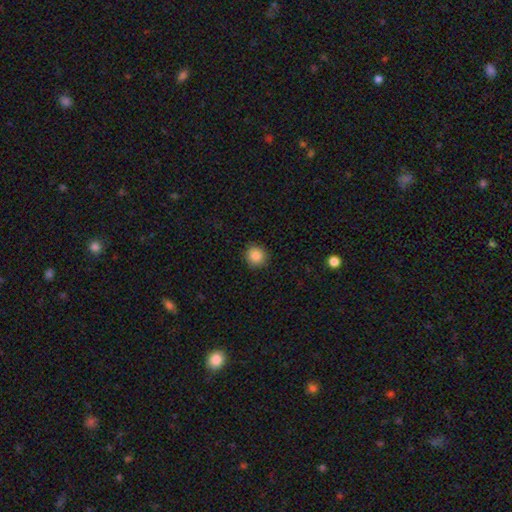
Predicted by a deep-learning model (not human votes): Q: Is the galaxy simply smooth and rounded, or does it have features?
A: smooth — 86%.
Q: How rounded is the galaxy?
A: round — 93%.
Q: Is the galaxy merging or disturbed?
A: none — 90%.